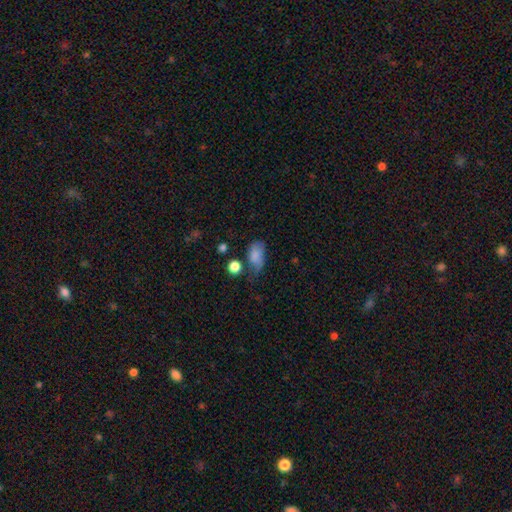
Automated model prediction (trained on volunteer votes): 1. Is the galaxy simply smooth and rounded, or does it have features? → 78% smooth, 12% featured or disk, 10% star or artifact.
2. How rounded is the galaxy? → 88% in between, 10% round, 2% cigar-shaped.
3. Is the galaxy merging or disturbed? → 36% minor disturbance, 35% none, 22% major disturbance, 6% merger.